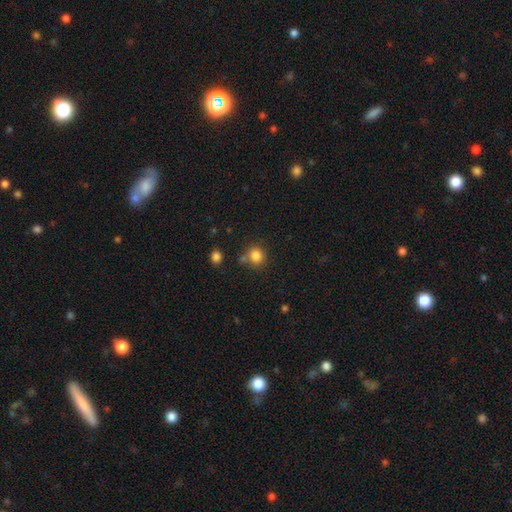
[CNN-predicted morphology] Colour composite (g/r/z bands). It shows a smooth galaxy with no disk features (83%) that is round (83%). Merging: none (71%).